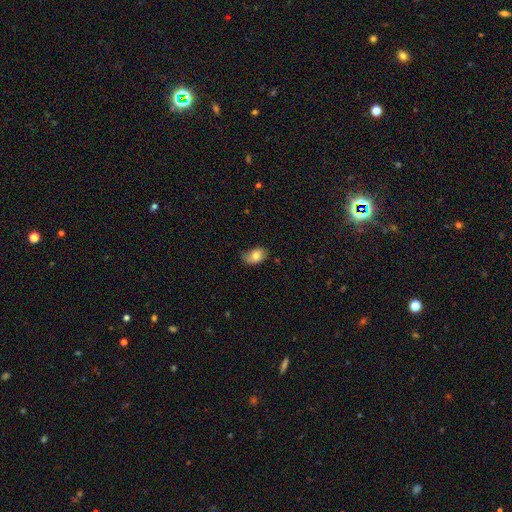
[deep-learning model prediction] This appears to be a smooth galaxy with no disk features (82%) that is in between round and cigar-shaped (87%). Merging: none (62%).